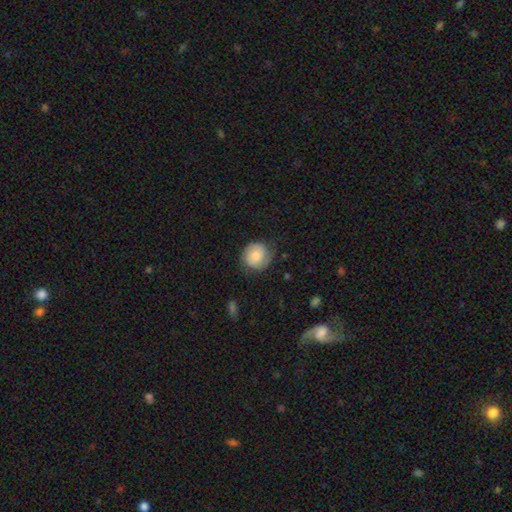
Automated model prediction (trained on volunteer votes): Overall: smooth (70%). How rounded: round (85%). Merging: none (70%).